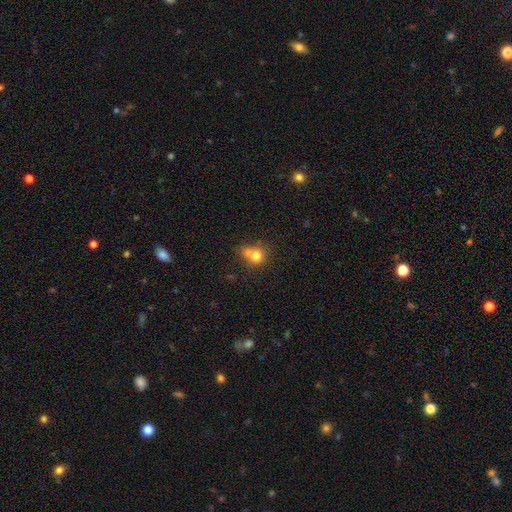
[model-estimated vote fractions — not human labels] smooth_or_featured: smooth (p=0.76) [alt: star or artifact p=0.12]
how_rounded: round (p=0.74) [alt: in between p=0.25]
merging: none (p=0.41) [alt: merger p=0.34]